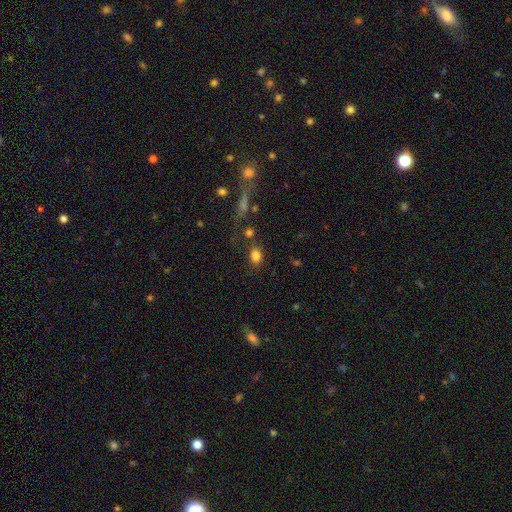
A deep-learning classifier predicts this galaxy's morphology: Smooth or featured?
  - smooth: 81% *
  - star or artifact: 12%
  - featured or disk: 7%
How rounded?
  - in between: 68% *
  - round: 30%
  - cigar-shaped: 2%
Merging?
  - none: 68% *
  - minor disturbance: 14%
  - merger: 11%
  - major disturbance: 7%